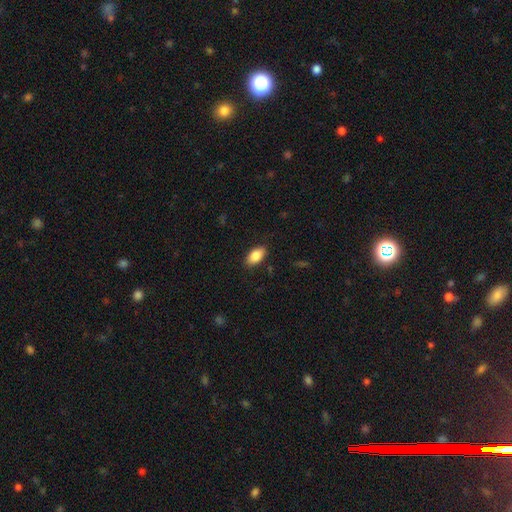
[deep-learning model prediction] smooth-or-featured: smooth: 85% | featured or disk: 8% | star or artifact: 7%
  how-rounded: in between: 92% | round: 4% | cigar-shaped: 4%
  merging: none: 87% | minor disturbance: 10% | major disturbance: 2% | merger: 1%